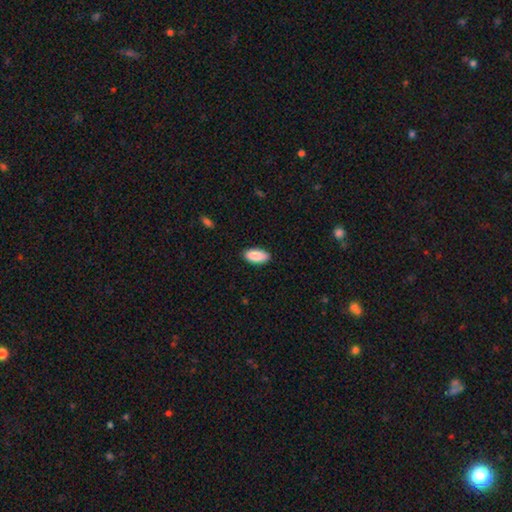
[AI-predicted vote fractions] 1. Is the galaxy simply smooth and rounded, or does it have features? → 90% smooth, 6% star or artifact, 4% featured or disk.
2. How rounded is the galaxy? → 94% in between, 4% cigar-shaped, 2% round.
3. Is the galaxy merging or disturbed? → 88% none, 9% minor disturbance, 2% major disturbance, 1% merger.